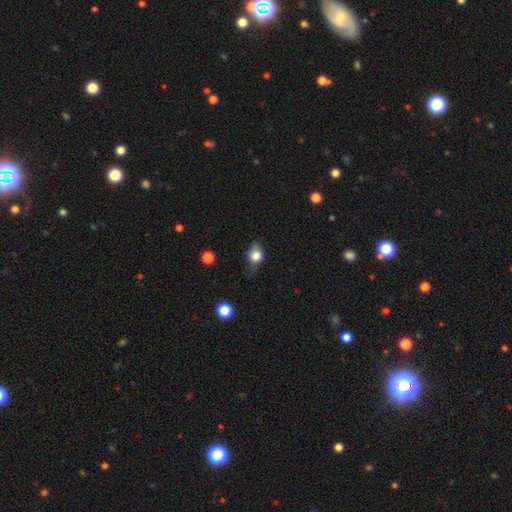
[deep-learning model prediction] A smooth galaxy with no disk features (77%) that is round (52%). Merging: none (60%).